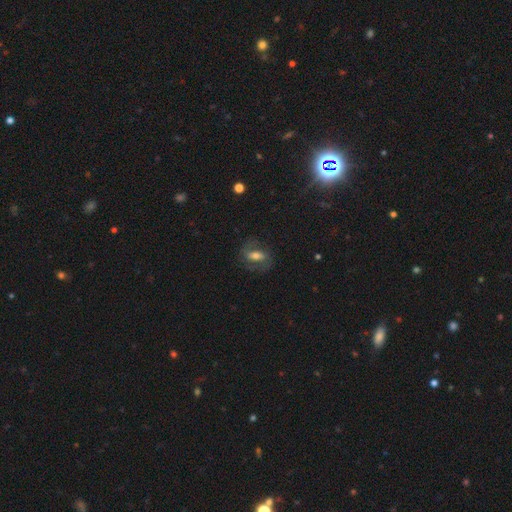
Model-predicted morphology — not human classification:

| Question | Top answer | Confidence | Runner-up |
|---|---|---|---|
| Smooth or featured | featured or disk | 54% | smooth (37%) |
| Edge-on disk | no | 91% | yes (9%) |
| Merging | none | 70% | minor disturbance (16%) |